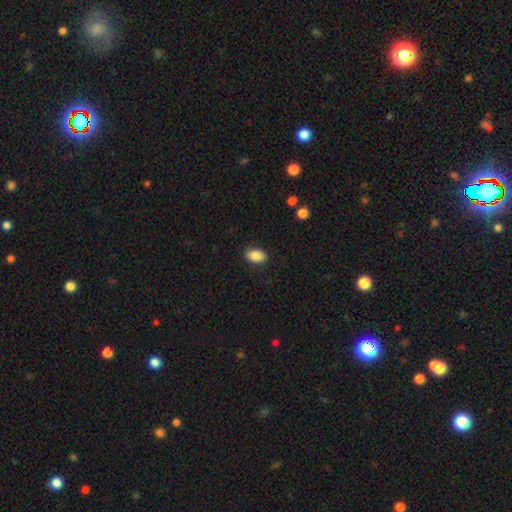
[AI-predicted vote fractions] Smooth or featured? smooth (85%)
How rounded? in between (87%)
Merging? none (87%)